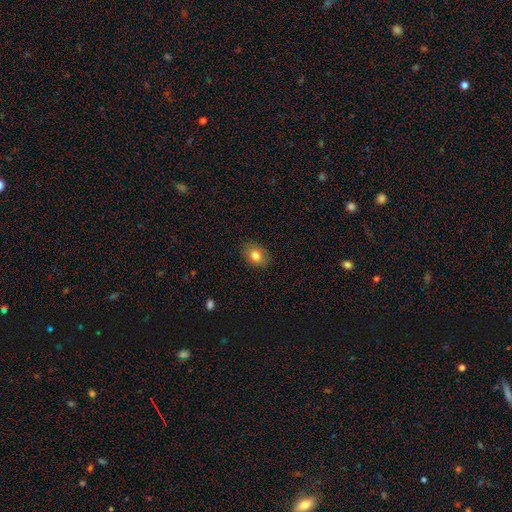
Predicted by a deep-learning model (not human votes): Smooth or featured: smooth — 81% (star or artifact — 10%)
How rounded: in between — 62% (round — 37%)
Merging: none — 87% (minor disturbance — 10%)